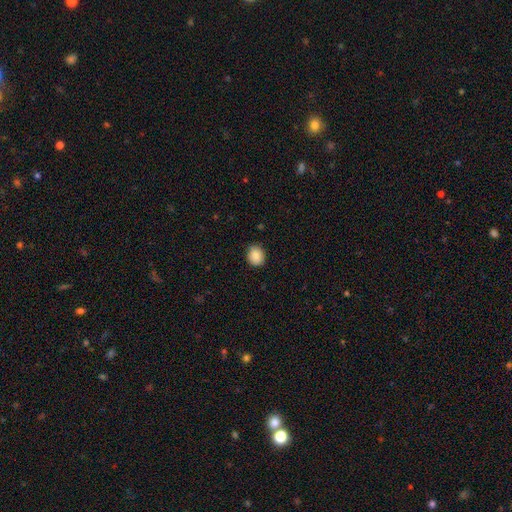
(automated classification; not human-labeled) Morphology: type=smooth (88%); roundness=round (71%); merging=none (86%).